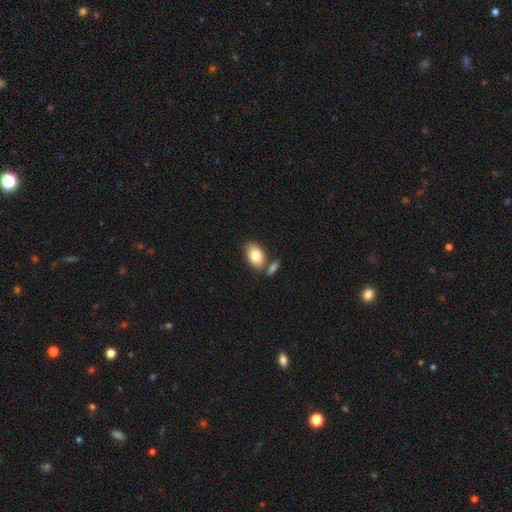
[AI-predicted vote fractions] This appears to be a smooth galaxy with no disk features (82%) that is in between round and cigar-shaped (90%). Merging: none (64%).